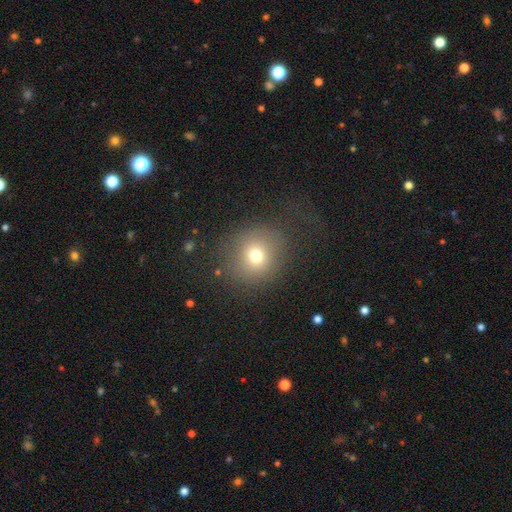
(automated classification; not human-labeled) smooth 71%, star or artifact 17%, featured or disk 12%. Down the decision tree: how rounded — round (84%); merging — none (74%).